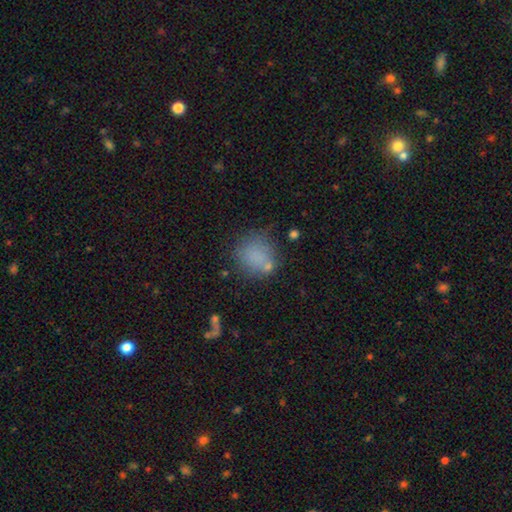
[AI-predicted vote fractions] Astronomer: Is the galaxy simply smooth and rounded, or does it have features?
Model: smooth — 76%.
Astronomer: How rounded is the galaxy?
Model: round — 83%.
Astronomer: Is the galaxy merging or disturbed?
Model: none — 63%.